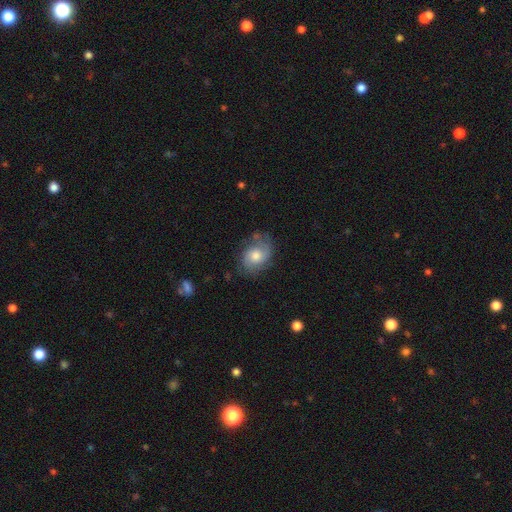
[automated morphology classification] Overall: featured or disk (51%; smooth 41%). Edge-on disk: no (96%). Merging: none (65%).